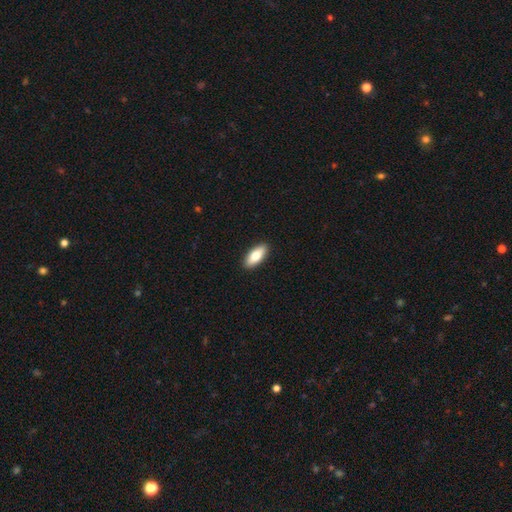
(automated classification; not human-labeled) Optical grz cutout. It shows a smooth galaxy with no disk features (78%) that is in between round and cigar-shaped (79%). Merging: none (91%).